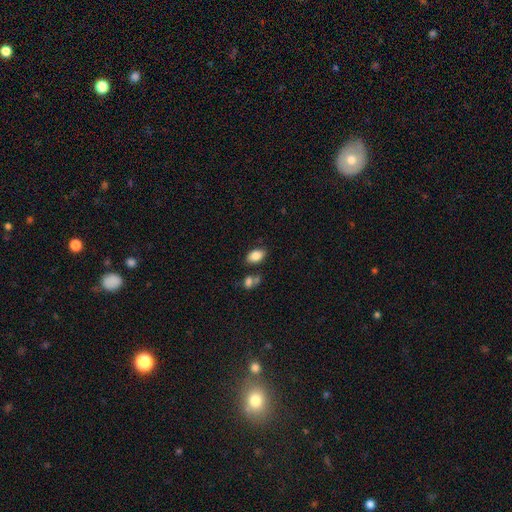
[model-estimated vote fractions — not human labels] Q: Smooth or featured?
A: smooth (85%); runner-up: star or artifact (8%)
Q: How rounded?
A: in between (90%); runner-up: round (8%)
Q: Merging?
A: none (68%); runner-up: minor disturbance (14%)